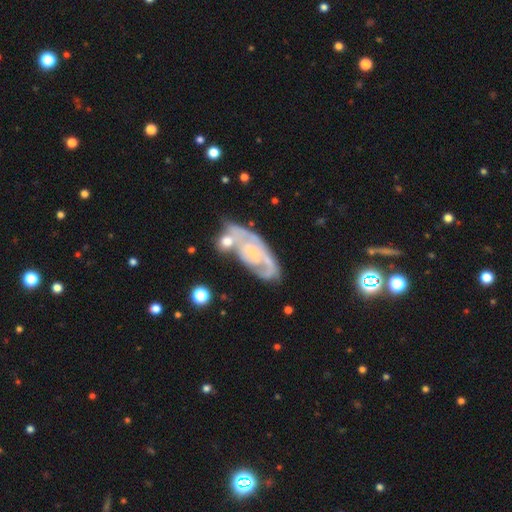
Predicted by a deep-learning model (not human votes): Smooth or featured: featured or disk — 77% (smooth — 17%)
Edge-on disk: no — 92% (yes — 8%)
Bar: no — 63% (weak — 29%)
Spiral arms: yes — 79% (no — 21%)
Spiral winding: tight — 54% (medium — 33%)
Spiral arm count: 2 — 37% (can't tell — 31%)
Bulge size: small — 44% (none — 24%)
Merging: none — 44% (merger — 21%)